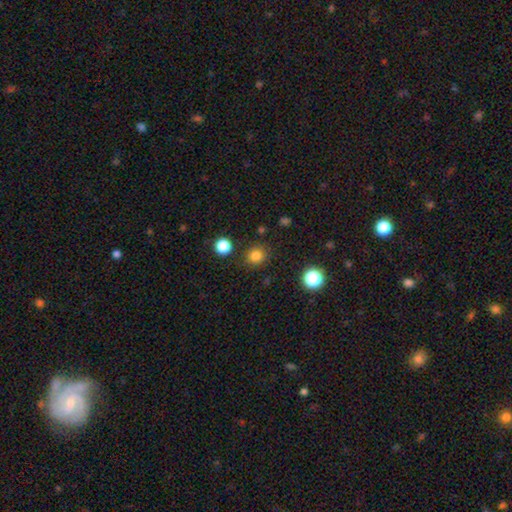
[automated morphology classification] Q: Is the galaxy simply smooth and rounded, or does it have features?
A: smooth — 81%.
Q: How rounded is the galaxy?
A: round — 90%.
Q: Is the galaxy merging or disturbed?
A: none — 86%.